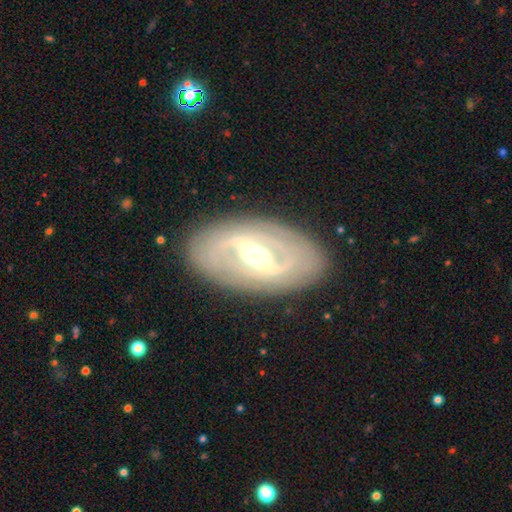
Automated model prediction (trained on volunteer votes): This is clearly a featured or disk galaxy (85%). It is clearly not viewed edge-on (92%). Bar: likely strong (62%). Spiral arm pattern: clearly yes (81%). Spiral arm count: likely 2 (61%). Spiral winding: possibly tight (56%). Central bulge: likely moderate (68%). Merging: clearly none (84%).